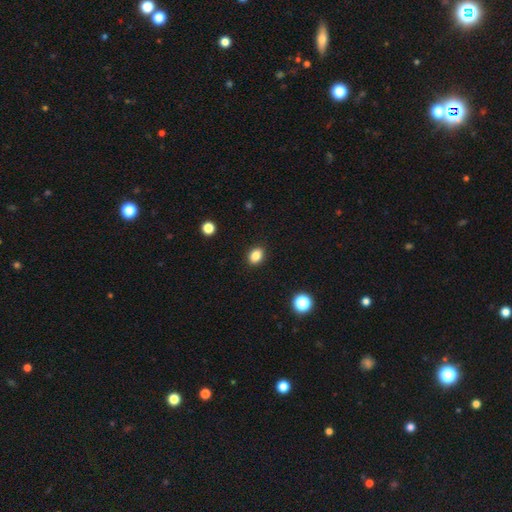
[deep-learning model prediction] Morphology: type=smooth (84%); roundness=in between (62%); merging=none (90%).